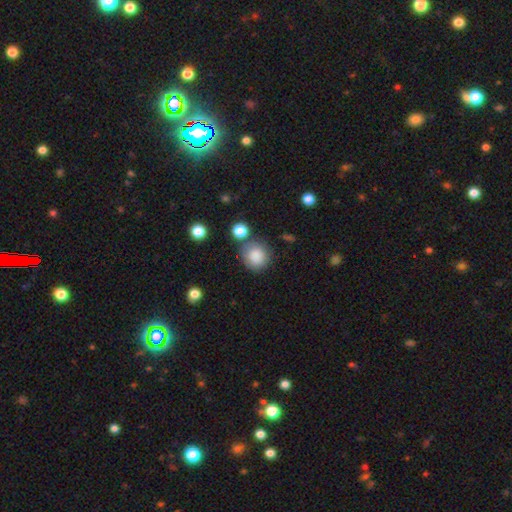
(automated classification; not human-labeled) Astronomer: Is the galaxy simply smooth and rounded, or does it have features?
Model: smooth — 86%.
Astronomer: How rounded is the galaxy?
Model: round — 86%.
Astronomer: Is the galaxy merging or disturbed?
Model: none — 73%.